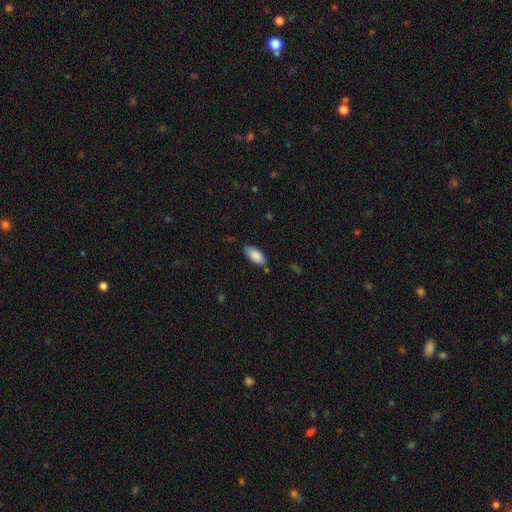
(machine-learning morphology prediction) This appears to be a smooth galaxy with no disk features (87%) that is in between round and cigar-shaped (90%). Merging: none (78%).